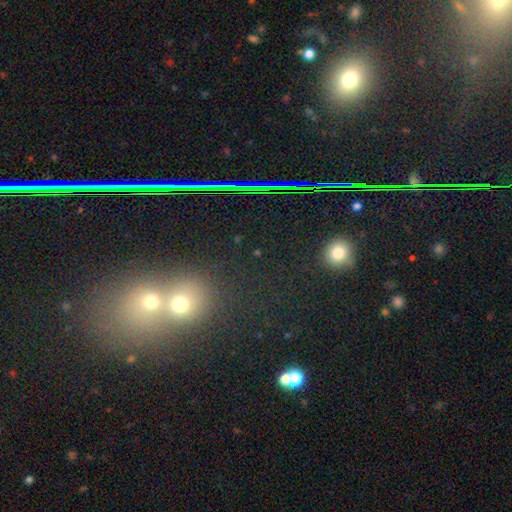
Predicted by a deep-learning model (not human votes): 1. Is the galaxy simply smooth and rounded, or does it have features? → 46% smooth, 41% star or artifact, 13% featured or disk.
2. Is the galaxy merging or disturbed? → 57% none, 33% merger, 7% minor disturbance, 4% major disturbance.